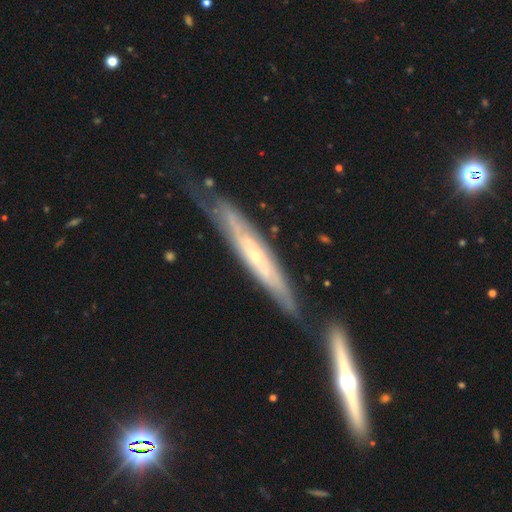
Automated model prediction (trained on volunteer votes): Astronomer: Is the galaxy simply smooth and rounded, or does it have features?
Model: featured or disk — 75%.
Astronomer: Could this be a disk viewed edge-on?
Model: yes — 63%.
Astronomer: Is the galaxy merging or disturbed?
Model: none — 60%.